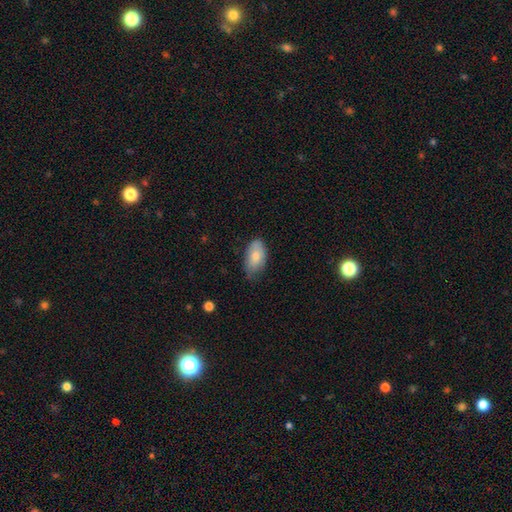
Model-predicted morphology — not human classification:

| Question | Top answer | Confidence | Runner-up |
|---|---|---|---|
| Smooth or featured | smooth | 77% | featured or disk (17%) |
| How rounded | in between | 94% | round (4%) |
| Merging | none | 61% | minor disturbance (33%) |